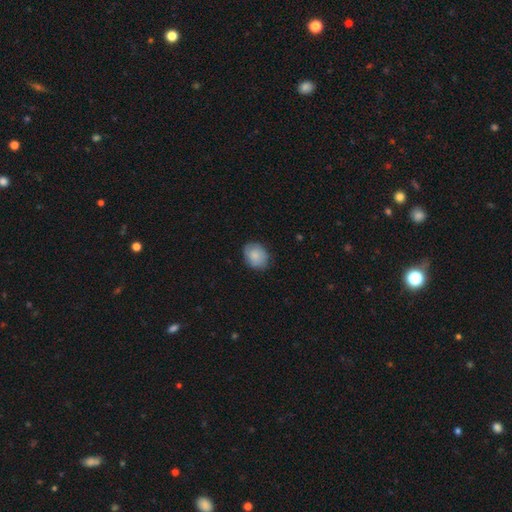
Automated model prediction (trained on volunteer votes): smooth 83%, featured or disk 10%, star or artifact 7%. Down the decision tree: how rounded — in between (52%); merging — none (79%).